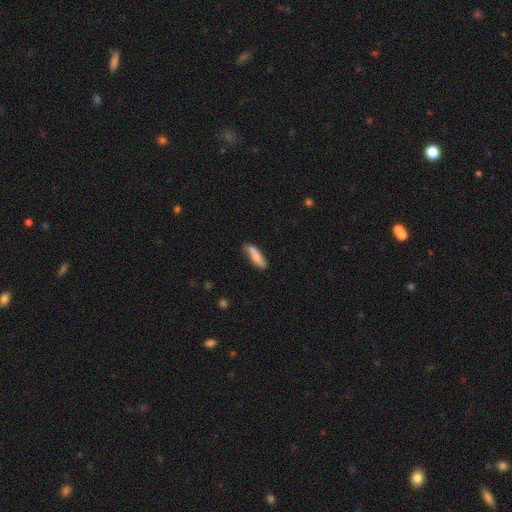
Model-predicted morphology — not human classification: Smooth or featured? smooth (73%)
How rounded? cigar-shaped (61%)
Merging? none (68%)